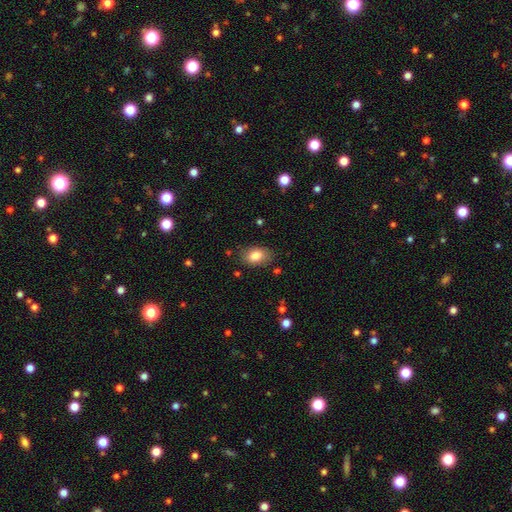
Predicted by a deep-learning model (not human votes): Overall: smooth (82%). How rounded: in between (85%). Merging: none (81%).